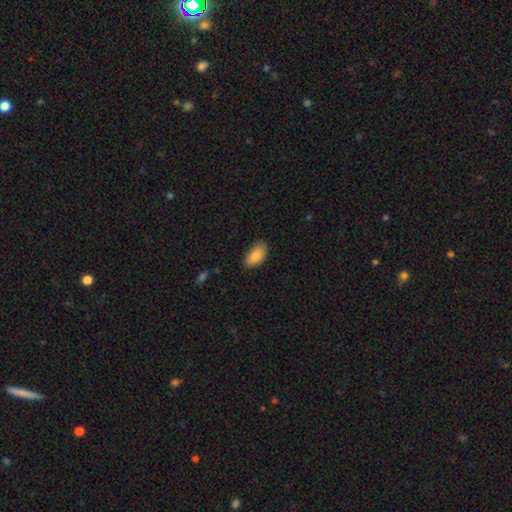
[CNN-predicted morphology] Smooth or featured: smooth — 86% (star or artifact — 7%)
How rounded: in between — 94% (round — 4%)
Merging: none — 74% (minor disturbance — 21%)